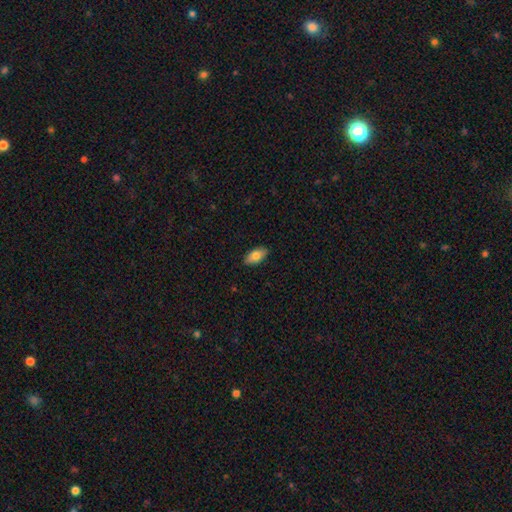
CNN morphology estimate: smooth-or-featured: smooth: 80% | featured or disk: 14% | star or artifact: 7%
  how-rounded: in between: 91% | cigar-shaped: 6% | round: 3%
  merging: none: 88% | minor disturbance: 9% | major disturbance: 2% | merger: 1%